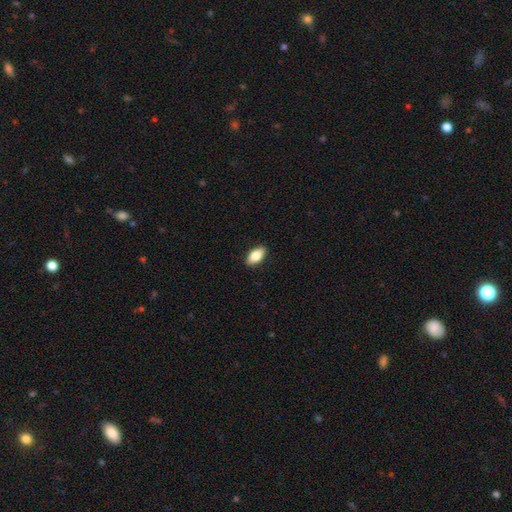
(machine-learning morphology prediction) smooth-or-featured: smooth: 81% | featured or disk: 12% | star or artifact: 7%
  how-rounded: in between: 90% | cigar-shaped: 6% | round: 4%
  merging: none: 89% | minor disturbance: 8% | major disturbance: 2% | merger: 1%